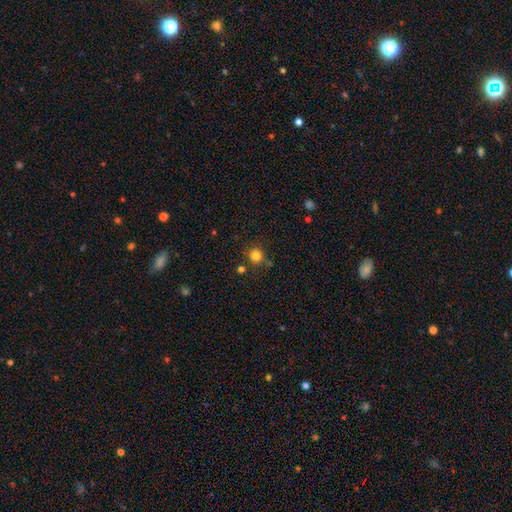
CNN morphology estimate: smooth 81%, star or artifact 14%, featured or disk 5%. Down the decision tree: how rounded — round (92%); merging — none (82%).